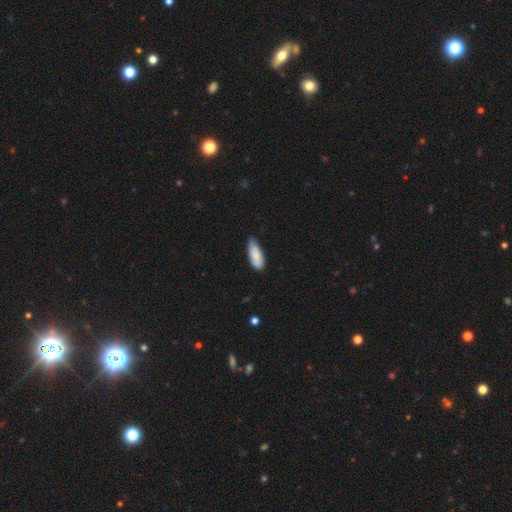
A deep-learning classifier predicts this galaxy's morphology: A smooth galaxy with no disk features (83%) that is in between round and cigar-shaped (78%). Merging: none (66%).